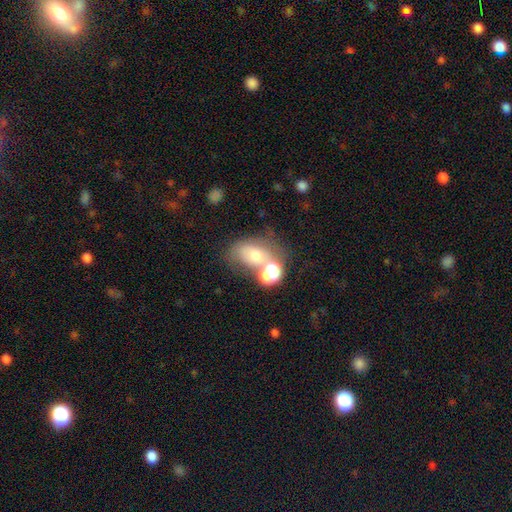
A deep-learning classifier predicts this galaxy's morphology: smooth-or-featured: smooth: 58% | featured or disk: 25% | star or artifact: 17%
  how-rounded: in between: 67% | round: 31% | cigar-shaped: 2%
  merging: merger: 39% | none: 33% | minor disturbance: 15% | major disturbance: 13%